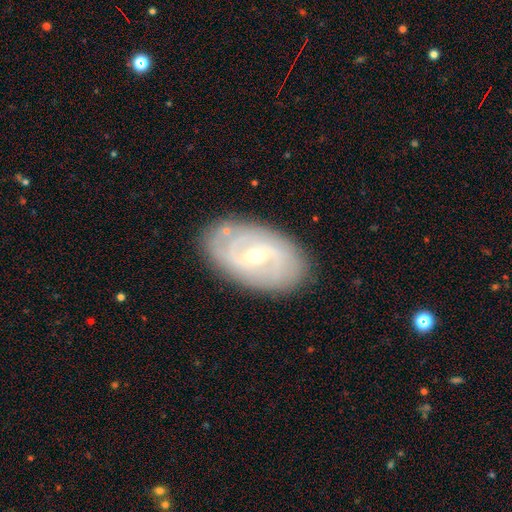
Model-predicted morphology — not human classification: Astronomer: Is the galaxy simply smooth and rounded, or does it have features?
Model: featured or disk — 80%.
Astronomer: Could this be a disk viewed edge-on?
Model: no — 94%.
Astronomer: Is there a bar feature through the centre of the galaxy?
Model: weak — 53%.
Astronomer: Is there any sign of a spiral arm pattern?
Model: yes — 84%.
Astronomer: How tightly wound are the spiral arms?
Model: tight — 51% (runner-up: medium, 34%).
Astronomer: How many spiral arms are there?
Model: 2 — 55%.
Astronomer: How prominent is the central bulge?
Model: small — 52% (runner-up: moderate, 46%).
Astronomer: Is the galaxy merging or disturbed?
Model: none — 83%.